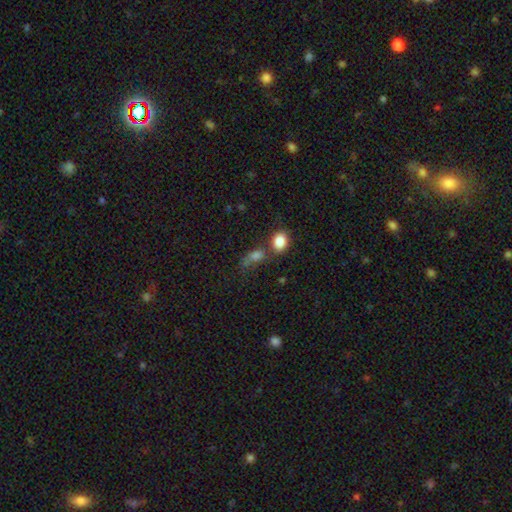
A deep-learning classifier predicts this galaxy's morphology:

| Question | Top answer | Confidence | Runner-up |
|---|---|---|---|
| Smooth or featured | smooth | 76% | star or artifact (15%) |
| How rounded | in between | 64% | round (32%) |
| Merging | none | 38% | merger (34%) |